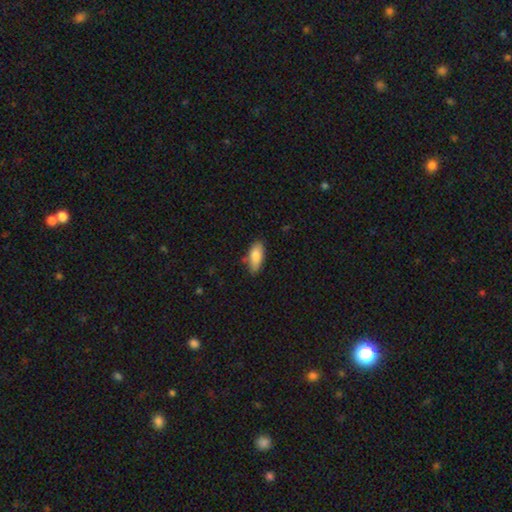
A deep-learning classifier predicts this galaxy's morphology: Smooth or featured?
  - smooth: 83% *
  - featured or disk: 11%
  - star or artifact: 6%
How rounded?
  - in between: 82% *
  - cigar-shaped: 16%
  - round: 2%
Merging?
  - none: 74% *
  - minor disturbance: 20%
  - major disturbance: 3%
  - merger: 3%